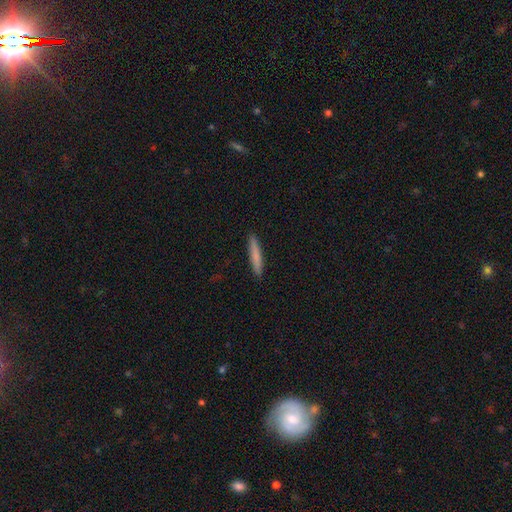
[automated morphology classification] smooth_or_featured: smooth (p=0.80) [alt: featured or disk p=0.15]
how_rounded: cigar-shaped (p=0.93) [alt: in between p=0.05]
merging: none (p=0.92) [alt: minor disturbance p=0.06]